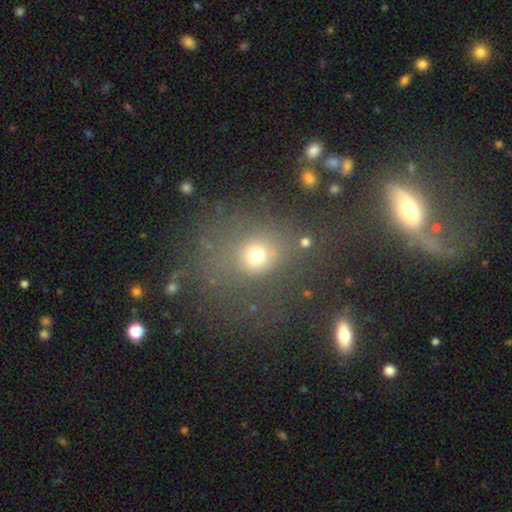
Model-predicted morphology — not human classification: A smooth galaxy with no disk features (67%) that is round (68%). Merging: none (65%).